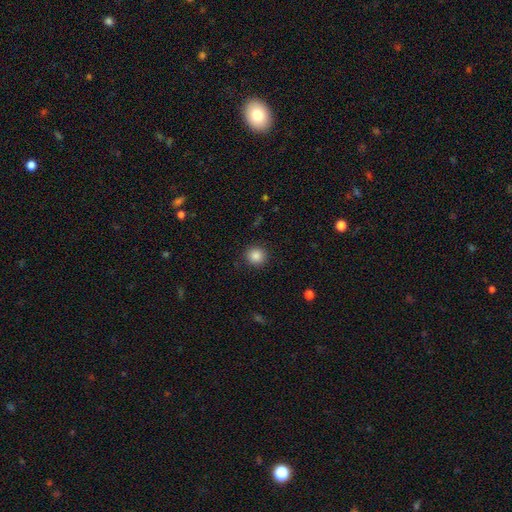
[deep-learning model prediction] The model was most divided on "smooth or featured": smooth: 86%, star or artifact: 10%, featured or disk: 4%. More confident: how rounded — round (92%); merging — none (90%).